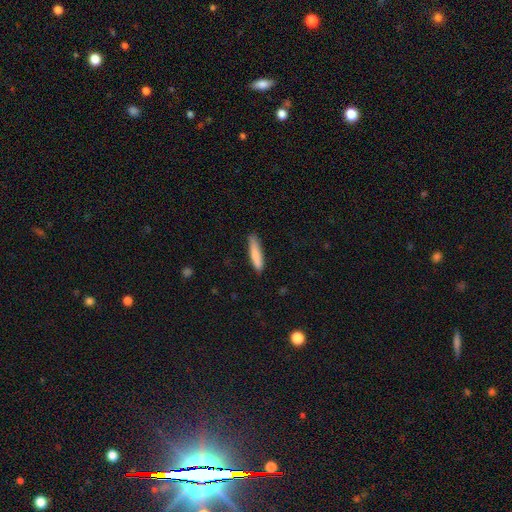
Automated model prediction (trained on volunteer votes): Morphology: type=smooth (82%); roundness=cigar-shaped (84%); merging=none (82%).